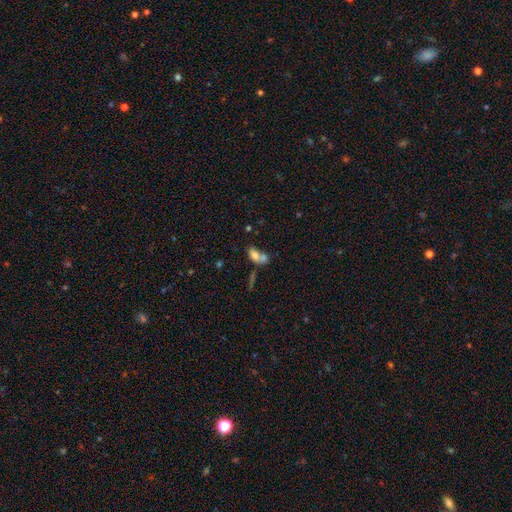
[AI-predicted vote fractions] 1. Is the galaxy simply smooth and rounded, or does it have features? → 73% smooth, 17% featured or disk, 10% star or artifact.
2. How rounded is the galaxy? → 83% in between, 12% round, 5% cigar-shaped.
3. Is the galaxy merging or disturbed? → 61% merger, 24% none, 9% minor disturbance, 7% major disturbance.